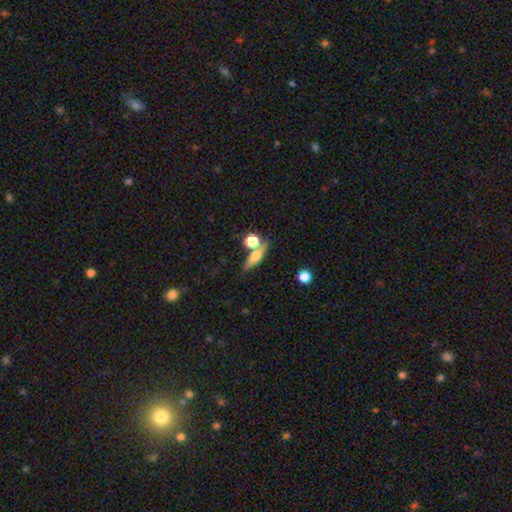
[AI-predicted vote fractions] Smooth or featured? smooth (58%)
How rounded? cigar-shaped (50%)
Merging? none (63%)